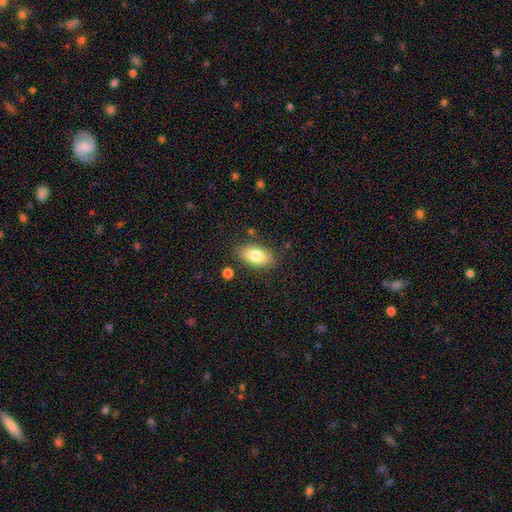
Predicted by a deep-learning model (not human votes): smooth 81%, featured or disk 12%, star or artifact 7%. Down the decision tree: how rounded — in between (92%); merging — none (84%).